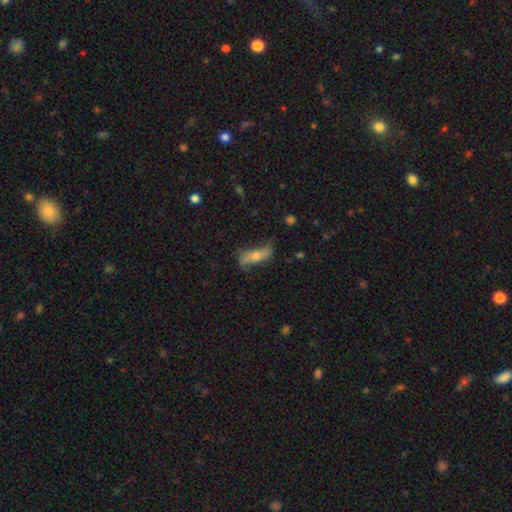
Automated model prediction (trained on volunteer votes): A featured or disk galaxy (48%). Merging: none (63%).